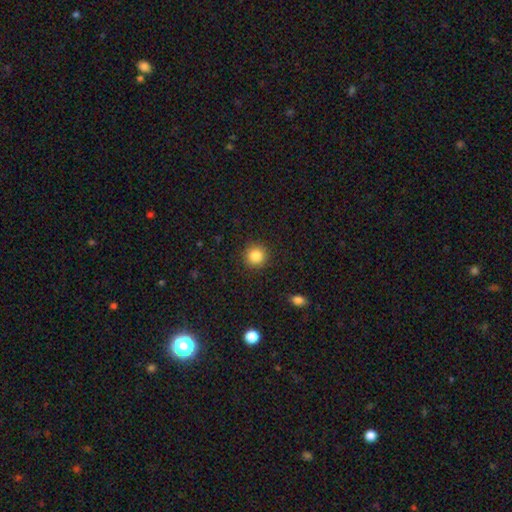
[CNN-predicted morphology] Q: Smooth or featured?
A: smooth (85%); runner-up: star or artifact (10%)
Q: How rounded?
A: round (93%); runner-up: in between (6%)
Q: Merging?
A: none (91%); runner-up: minor disturbance (6%)